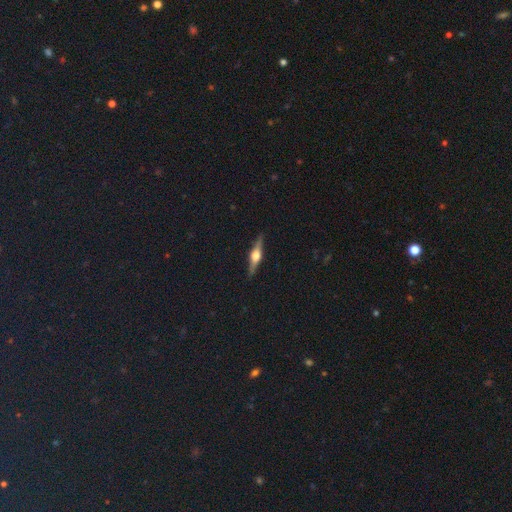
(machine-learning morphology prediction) A featured or disk galaxy (78%) viewed edge-on (98%) with a rounded central bulge (93%). Merging: none (90%).